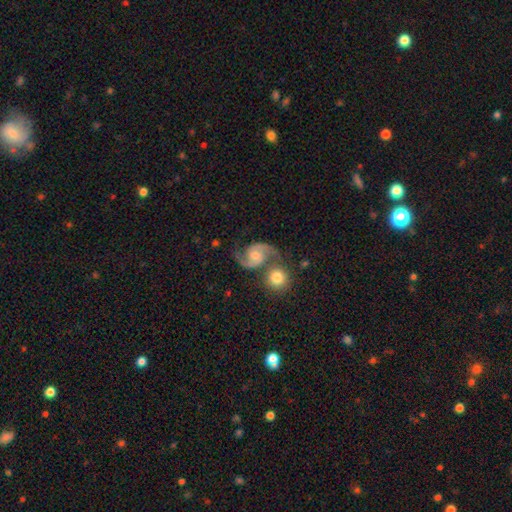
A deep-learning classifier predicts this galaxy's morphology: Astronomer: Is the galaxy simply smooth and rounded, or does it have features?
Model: featured or disk — 90%.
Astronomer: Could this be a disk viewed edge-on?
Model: no — 98%.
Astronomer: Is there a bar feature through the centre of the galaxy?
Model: no — 66%.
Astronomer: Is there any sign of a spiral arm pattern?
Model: yes — 98%.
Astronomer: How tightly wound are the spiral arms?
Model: medium — 59%.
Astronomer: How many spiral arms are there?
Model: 2 — 94%.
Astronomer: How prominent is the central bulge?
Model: moderate — 53% (runner-up: small, 38%).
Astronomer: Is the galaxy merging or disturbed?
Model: none — 60%.